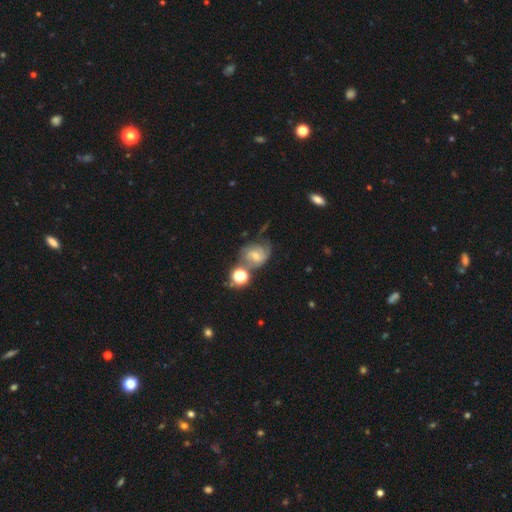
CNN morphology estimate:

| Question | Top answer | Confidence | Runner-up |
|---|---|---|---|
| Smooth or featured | featured or disk | 64% | smooth (24%) |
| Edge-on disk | no | 97% | yes (3%) |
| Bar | weak | 48% | no (38%) |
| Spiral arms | yes | 88% | no (12%) |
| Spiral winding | medium | 43% | tight (40%) |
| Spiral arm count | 2 | 53% | can't tell (26%) |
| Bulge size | small | 50% | moderate (40%) |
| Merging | none | 46% | minor disturbance (21%) |